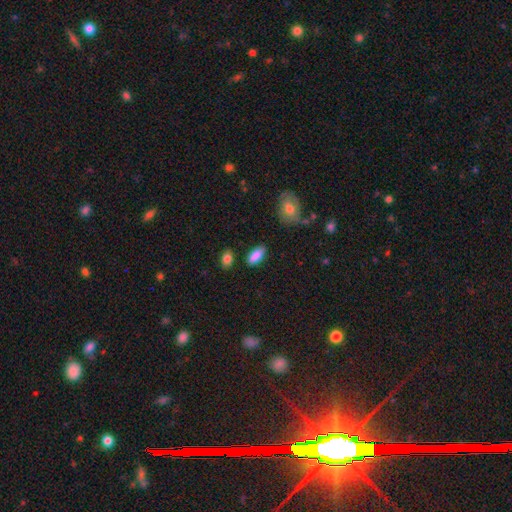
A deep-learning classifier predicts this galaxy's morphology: Smooth or featured? smooth (88%)
How rounded? in between (82%)
Merging? none (85%)